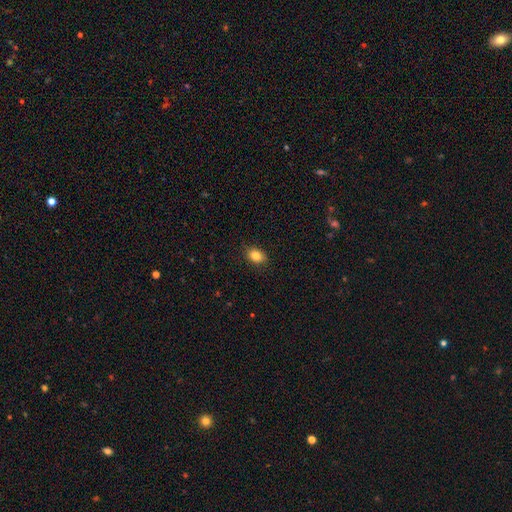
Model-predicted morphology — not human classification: Smooth or featured? Predicted: smooth (p=0.84). How rounded? Predicted: in between (p=0.76). Merging? Predicted: none (p=0.88).